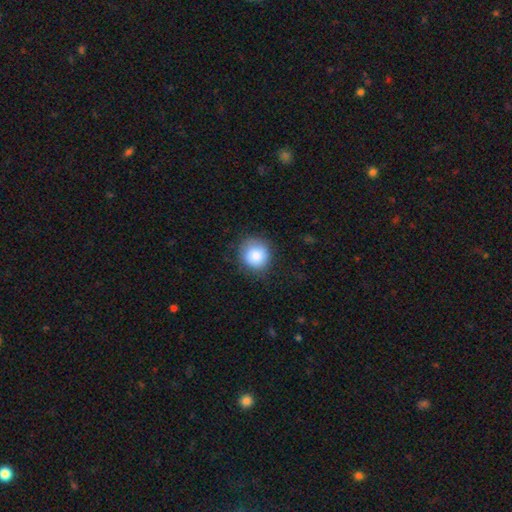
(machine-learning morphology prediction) smooth-or-featured: smooth: 85% | star or artifact: 8% | featured or disk: 7%
  how-rounded: round: 90% | in between: 10% | cigar-shaped: 1%
  merging: none: 79% | minor disturbance: 15% | major disturbance: 5% | merger: 1%